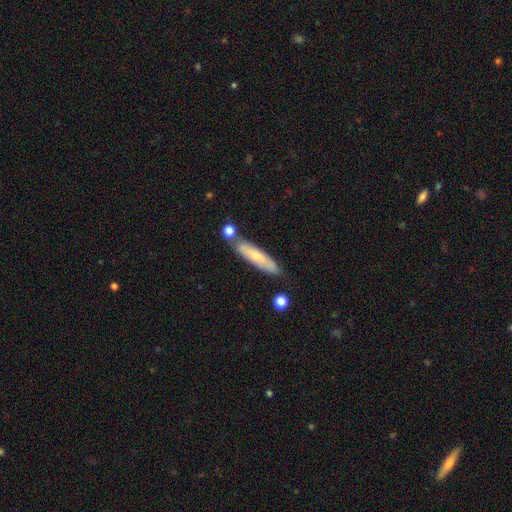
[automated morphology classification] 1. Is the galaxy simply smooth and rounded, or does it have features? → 61% smooth, 33% featured or disk, 6% star or artifact.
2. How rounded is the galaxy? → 84% cigar-shaped, 15% in between, 2% round.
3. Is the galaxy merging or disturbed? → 73% none, 14% minor disturbance, 10% merger, 3% major disturbance.